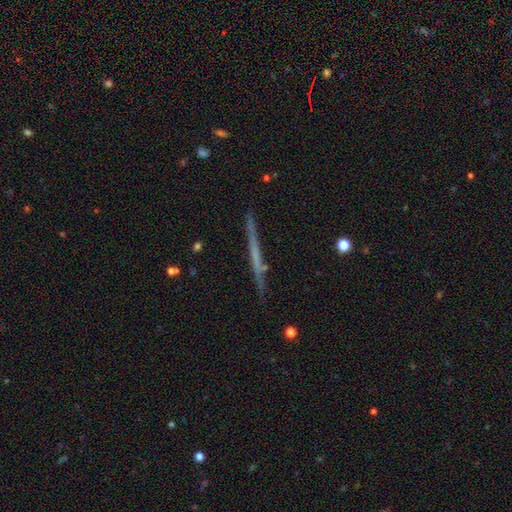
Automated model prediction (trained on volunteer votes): A featured or disk galaxy (59%) viewed edge-on (97%) with no central bulge (87%). Merging: none (87%).